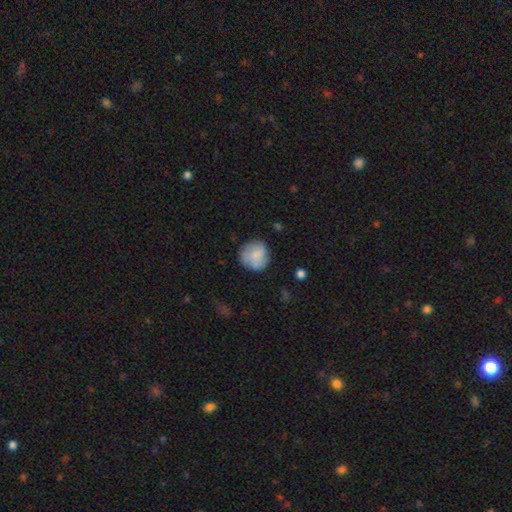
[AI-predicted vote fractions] This appears to be a smooth galaxy with no disk features (75%) that is round (90%). Merging: none (73%).